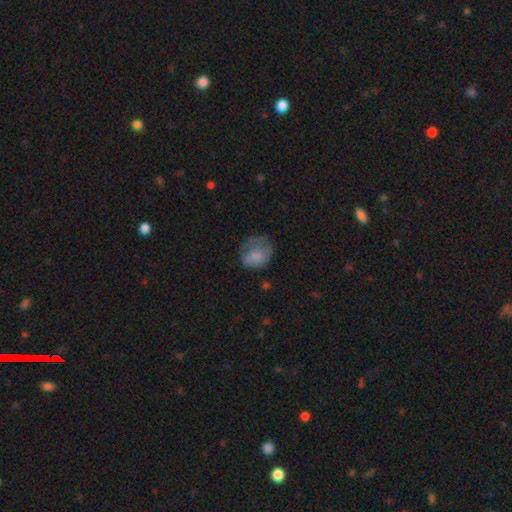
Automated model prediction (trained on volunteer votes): Smooth or featured? smooth (71%)
How rounded? round (59%)
Merging? none (42%)